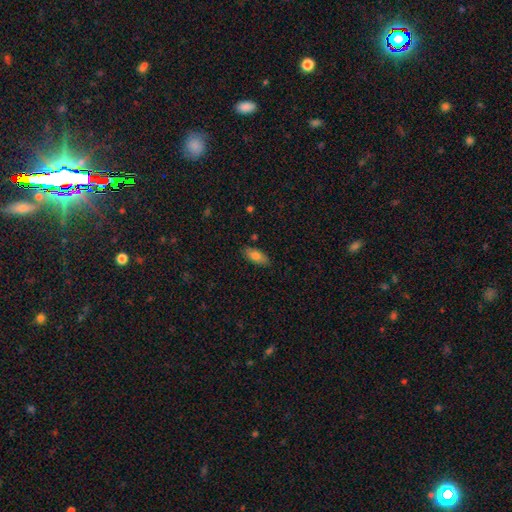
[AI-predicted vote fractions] This is likely a smooth galaxy (79%). How rounded: clearly in between (85%). Merging: clearly none (84%).